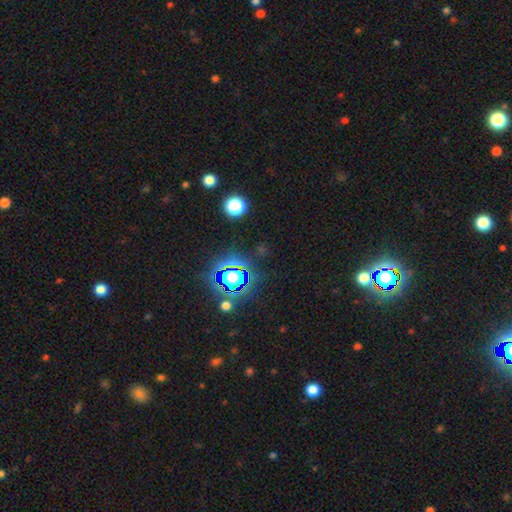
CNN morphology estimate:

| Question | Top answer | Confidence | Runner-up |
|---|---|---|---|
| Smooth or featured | star or artifact | 79% | smooth (14%) |